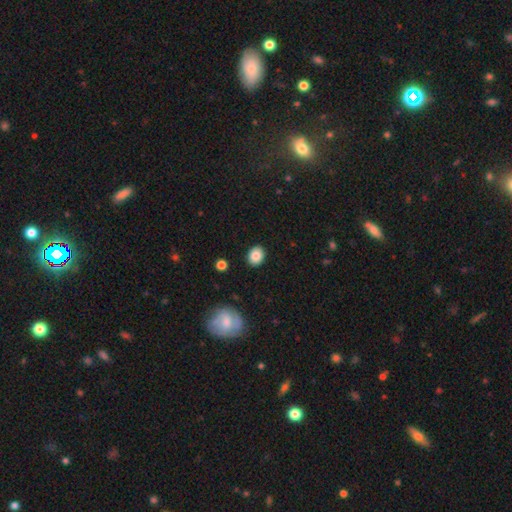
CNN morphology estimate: The model was most divided on "how rounded": round: 53%, in between: 46%, cigar-shaped: 1%. More confident: merging — none (89%); smooth or featured — smooth (85%).